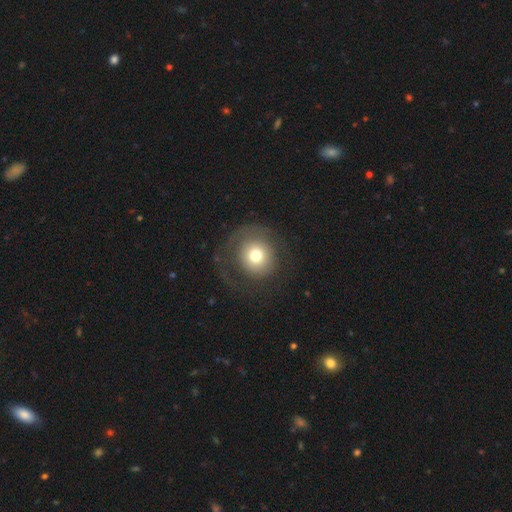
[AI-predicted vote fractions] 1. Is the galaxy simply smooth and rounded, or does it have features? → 65% smooth, 25% featured or disk, 10% star or artifact.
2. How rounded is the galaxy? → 91% round, 8% in between, 1% cigar-shaped.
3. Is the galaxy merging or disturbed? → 59% none, 24% major disturbance, 16% minor disturbance, 1% merger.